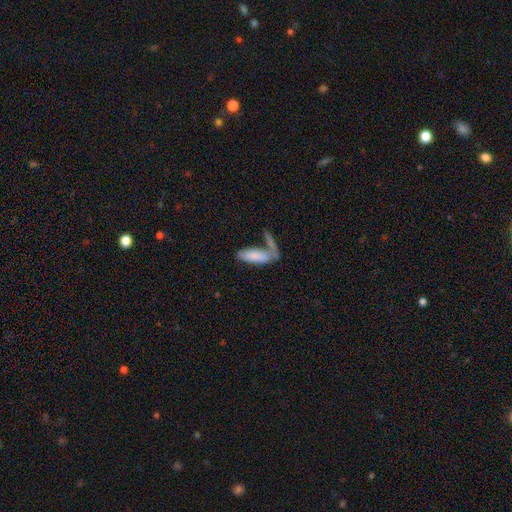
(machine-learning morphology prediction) The model was most divided on "merging": merger: 39%, none: 35%, minor disturbance: 14%, major disturbance: 12%. More confident: smooth or featured — smooth (78%); how rounded — in between (62%).